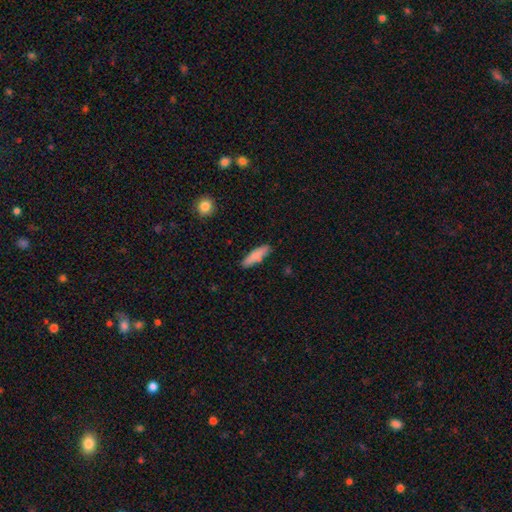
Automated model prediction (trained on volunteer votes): Smooth or featured? Predicted: smooth (p=0.83). How rounded? Predicted: cigar-shaped (p=0.67). Merging? Predicted: none (p=0.84).